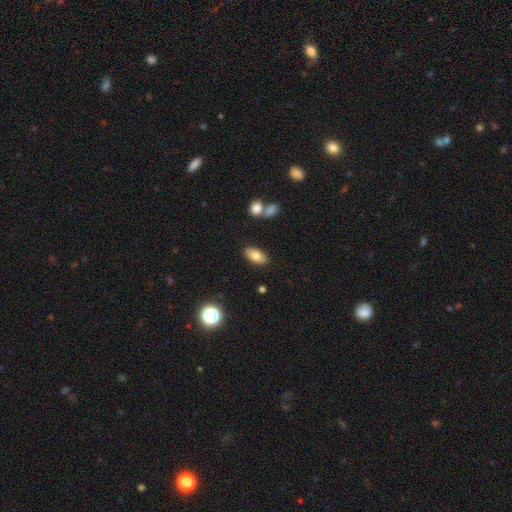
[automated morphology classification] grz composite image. It shows a smooth galaxy with no disk features (76%) that is in between round and cigar-shaped (90%). Merging: none (86%).